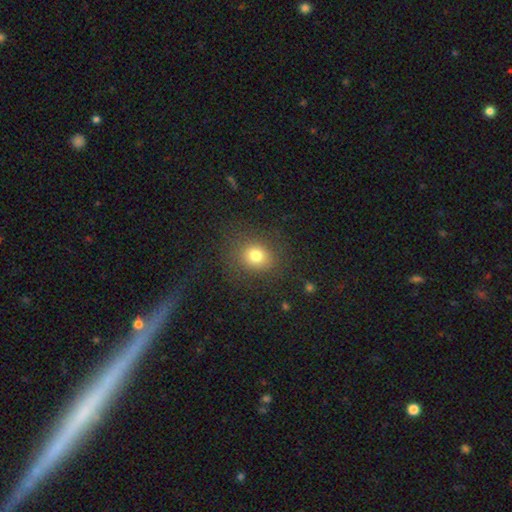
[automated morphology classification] smooth-or-featured: smooth: 77% | star or artifact: 14% | featured or disk: 9%
  how-rounded: round: 73% | in between: 26% | cigar-shaped: 1%
  merging: none: 81% | minor disturbance: 11% | major disturbance: 6% | merger: 2%